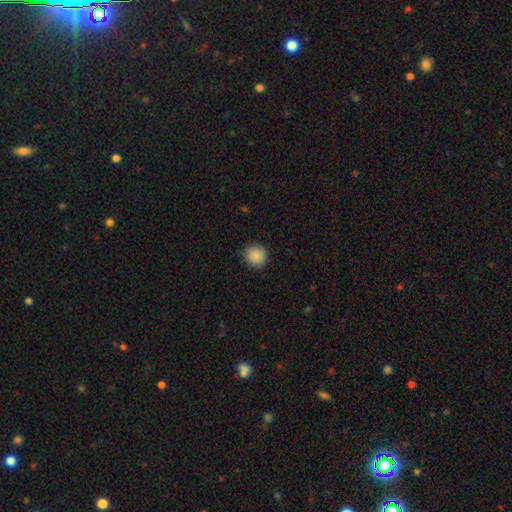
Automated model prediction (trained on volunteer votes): smooth-or-featured: smooth: 89% | star or artifact: 9% | featured or disk: 3%
  how-rounded: round: 94% | in between: 5% | cigar-shaped: 1%
  merging: none: 90% | minor disturbance: 7% | major disturbance: 2% | merger: 1%